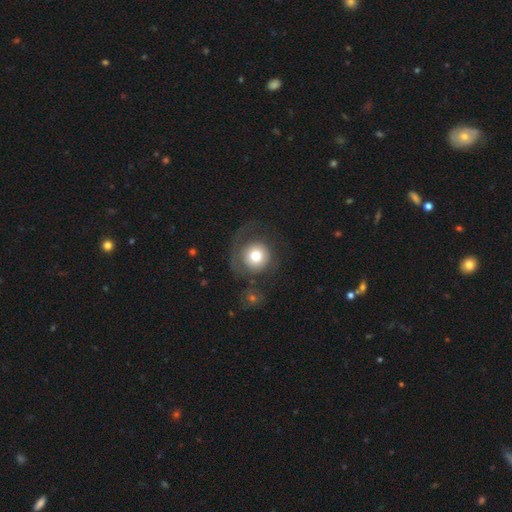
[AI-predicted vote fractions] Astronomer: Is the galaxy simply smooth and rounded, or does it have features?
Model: smooth — 66%.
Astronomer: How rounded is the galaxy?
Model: round — 92%.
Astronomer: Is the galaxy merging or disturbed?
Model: none — 49% (runner-up: major disturbance, 28%).